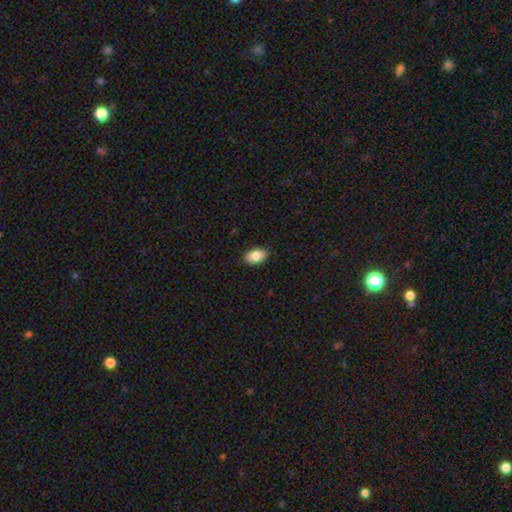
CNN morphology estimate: Smooth or featured? smooth (85%)
How rounded? in between (92%)
Merging? none (89%)